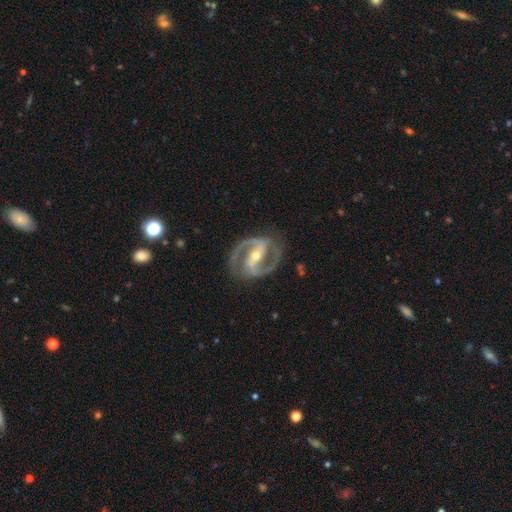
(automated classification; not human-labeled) smooth-or-featured: featured or disk: 94% | star or artifact: 4% | smooth: 3%
  disk-edge-on: no: 98% | yes: 2%
    bar: strong: 64% | weak: 24% | no: 12%
    has-spiral-arms: yes: 98% | no: 2%
      spiral-winding: medium: 60% | tight: 30% | loose: 10%
      spiral-arm-count: 2: 94% | can't tell: 1% | 3: 1% | 1: 1% | 4: 1% | more than 4: 1%
    bulge-size: moderate: 53% | small: 44% | large: 2% | none: 1% | dominant: 1%
  merging: none: 85% | minor disturbance: 11% | major disturbance: 3% | merger: 1%